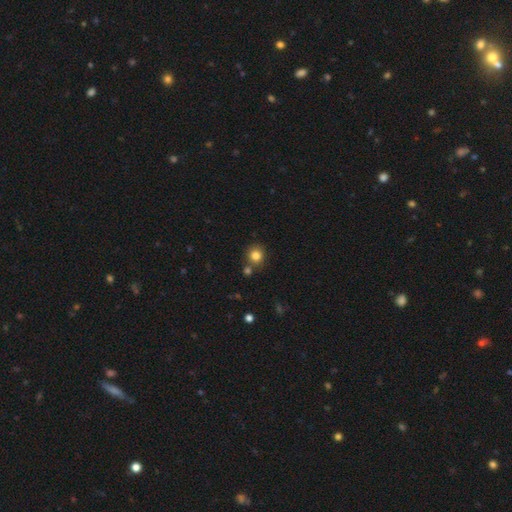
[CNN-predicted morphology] smooth_or_featured: smooth (p=0.82) [alt: star or artifact p=0.12]
how_rounded: round (p=0.88) [alt: in between p=0.11]
merging: none (p=0.75) [alt: merger p=0.13]